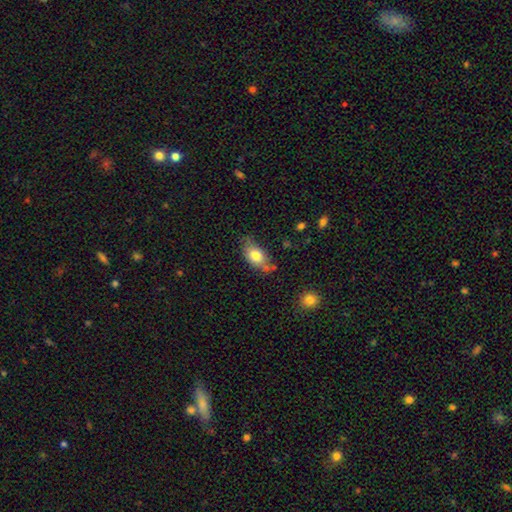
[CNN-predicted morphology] Smooth or featured? Predicted: smooth (p=0.77). How rounded? Predicted: in between (p=0.86). Merging? Predicted: none (p=0.62).